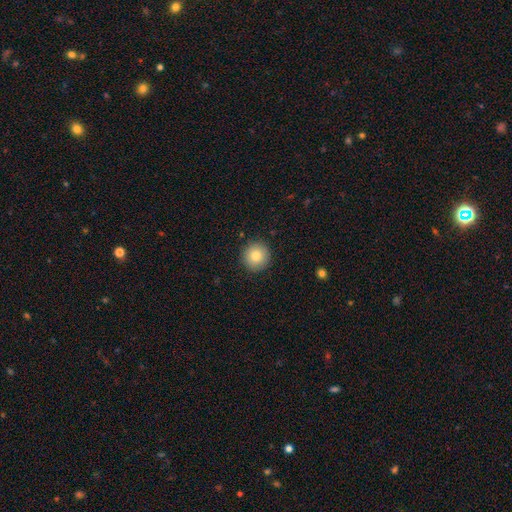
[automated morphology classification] smooth_or_featured: smooth (p=0.82) [alt: featured or disk p=0.09]
how_rounded: round (p=0.95) [alt: in between p=0.04]
merging: none (p=0.91) [alt: minor disturbance p=0.06]